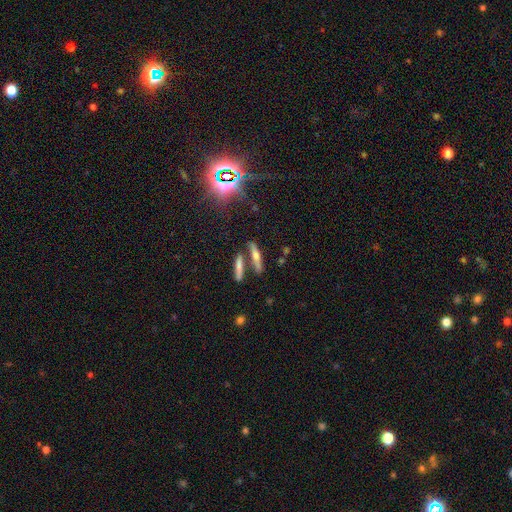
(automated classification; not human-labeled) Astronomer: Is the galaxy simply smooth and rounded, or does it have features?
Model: featured or disk — 45% (runner-up: smooth, 42%).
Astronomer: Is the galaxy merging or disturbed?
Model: none — 68%.